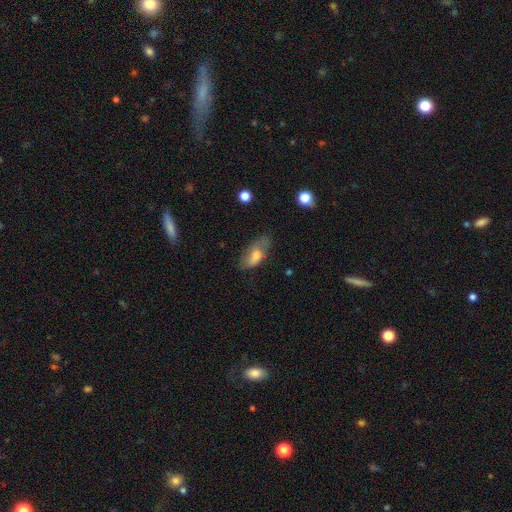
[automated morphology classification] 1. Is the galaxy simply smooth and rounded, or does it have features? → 65% smooth, 27% featured or disk, 8% star or artifact.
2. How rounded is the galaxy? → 84% in between, 12% cigar-shaped, 4% round.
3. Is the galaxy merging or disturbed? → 57% none, 29% minor disturbance, 12% major disturbance, 2% merger.